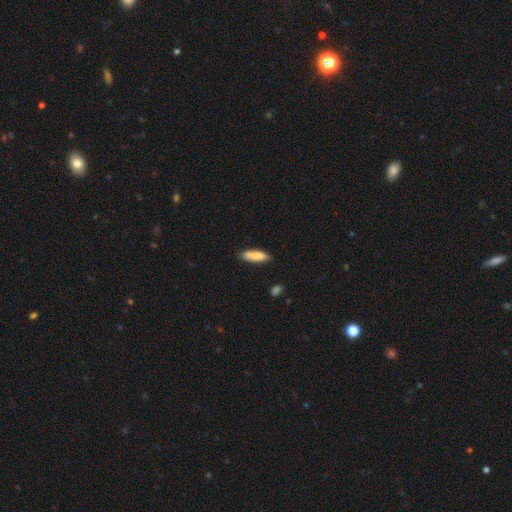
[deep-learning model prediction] smooth_or_featured: smooth (p=0.83) [alt: featured or disk p=0.11]
how_rounded: cigar-shaped (p=0.55) [alt: in between p=0.44]
merging: none (p=0.78) [alt: minor disturbance p=0.16]